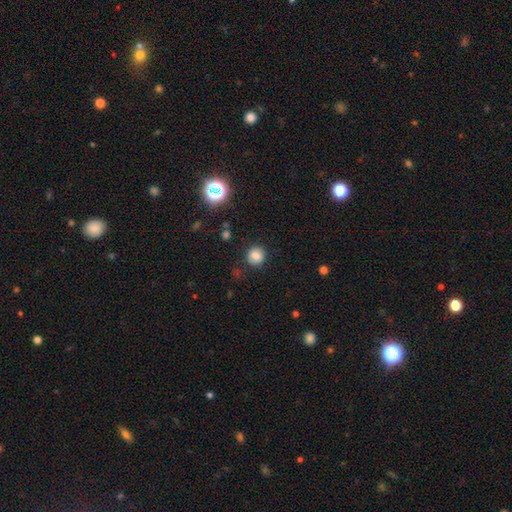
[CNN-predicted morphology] A smooth galaxy with no disk features (81%) that is round (87%).

Vote fractions:
- Smooth or featured? smooth: 81% / star or artifact: 12% / featured or disk: 7%
- How rounded? round: 87% / in between: 12% / cigar-shaped: 1%
- Merging? none: 86% / minor disturbance: 9% / major disturbance: 3% / merger: 2%